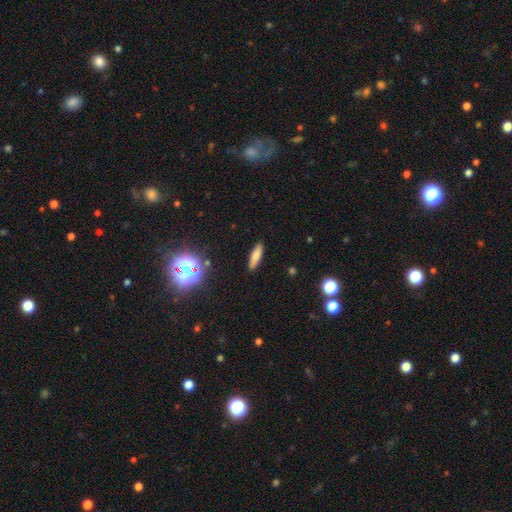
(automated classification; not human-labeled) A smooth galaxy with no disk features (73%) that is cigar-shaped (60%). Merging: none (88%).